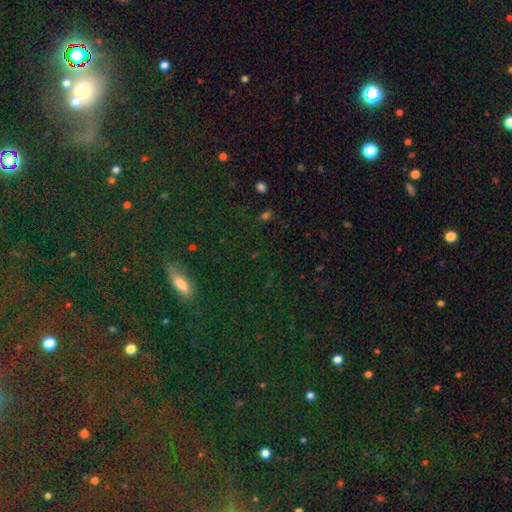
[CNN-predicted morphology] A star or artifact, not a galaxy (57%).

Vote fractions:
- Smooth or featured? star or artifact: 57% / smooth: 28% / featured or disk: 15%